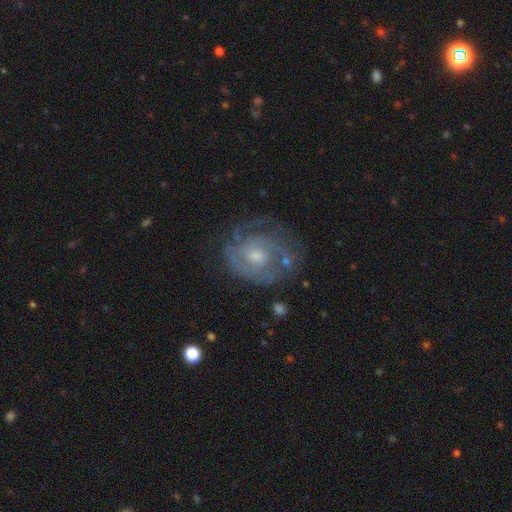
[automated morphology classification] Overall: featured or disk (79%). Edge-on disk: no (97%). Bar: no (66%; weak 29%). Spiral arms: yes (87%). Spiral arm count: can't tell (38%; 2 27%). Spiral winding: tight (60%; medium 31%). Bulge size: moderate (51%; small 41%). Merging: none (64%).